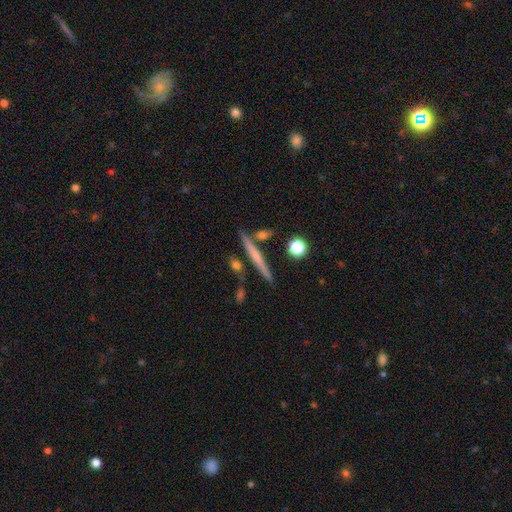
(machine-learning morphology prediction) This appears to be a featured or disk galaxy (49%). Merging: none (82%).